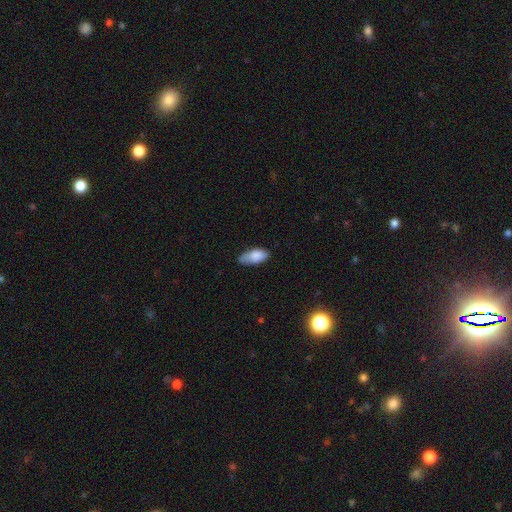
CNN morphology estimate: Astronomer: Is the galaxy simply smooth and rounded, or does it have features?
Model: smooth — 82%.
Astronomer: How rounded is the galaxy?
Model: in between — 88%.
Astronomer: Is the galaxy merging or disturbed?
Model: none — 57% (runner-up: minor disturbance, 33%).